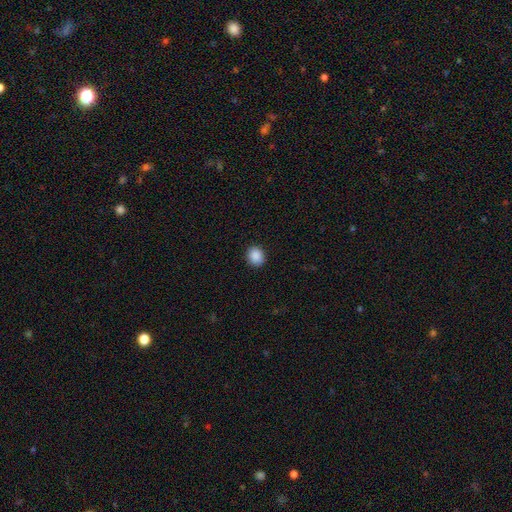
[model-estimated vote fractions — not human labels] Smooth or featured? Predicted: smooth (p=0.89). How rounded? Predicted: round (p=0.74). Merging? Predicted: none (p=0.90).